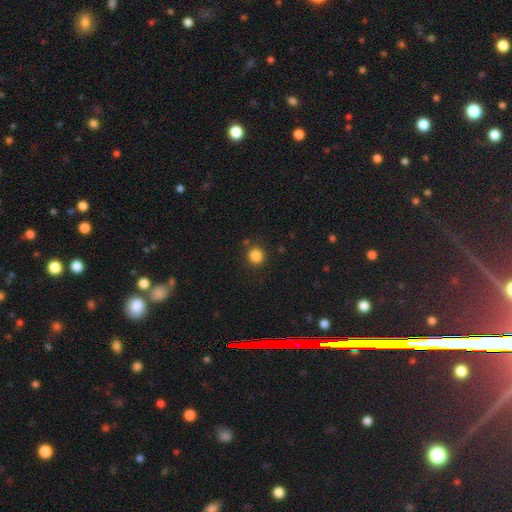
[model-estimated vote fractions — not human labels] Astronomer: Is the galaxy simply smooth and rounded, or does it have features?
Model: smooth — 85%.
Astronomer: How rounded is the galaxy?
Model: round — 89%.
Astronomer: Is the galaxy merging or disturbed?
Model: none — 86%.